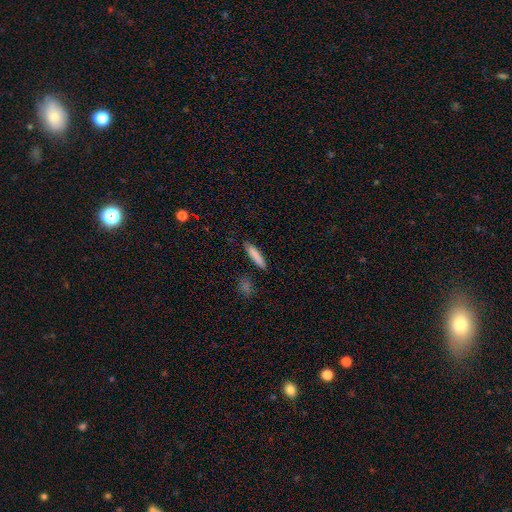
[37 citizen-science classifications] Smooth or featured? 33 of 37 (89%) said smooth. How rounded? 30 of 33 (91%) said cigar-shaped. Merging? 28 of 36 (78%) said none.